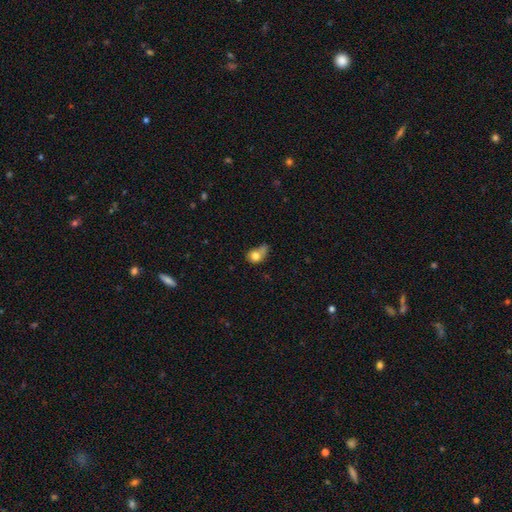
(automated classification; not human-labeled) The model was most divided on "merging": minor disturbance: 30%, none: 26%, major disturbance: 25%, merger: 18%. More confident: smooth or featured — smooth (75%); how rounded — in between (52%).